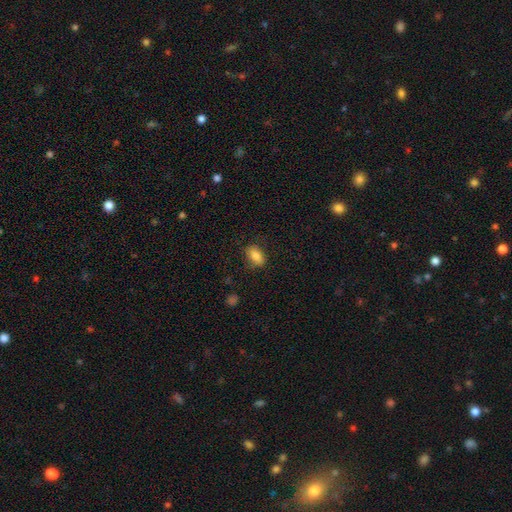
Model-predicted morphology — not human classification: This appears to be a smooth galaxy with no disk features (83%) that is in between round and cigar-shaped (87%). Merging: none (81%).